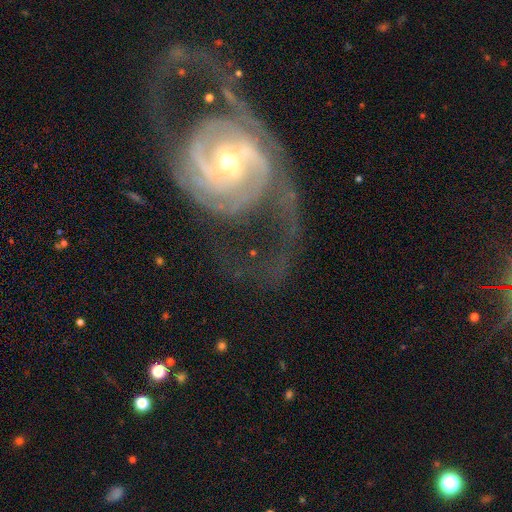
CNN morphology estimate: A featured or disk galaxy (90%) with a weak bar (39%), 2 (68%) medium (43%) spiral arms (96%) and a small central bulge (48%). Merging: none (57%).